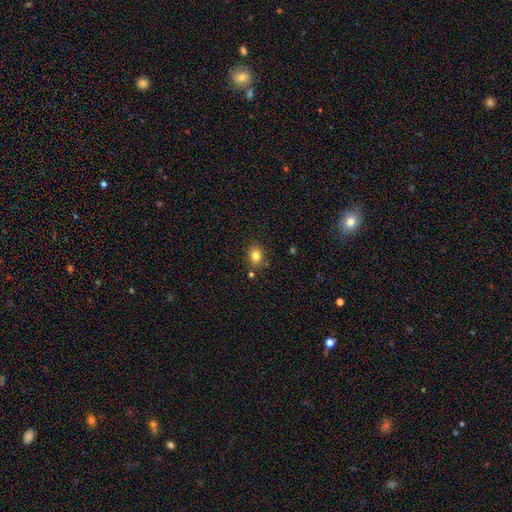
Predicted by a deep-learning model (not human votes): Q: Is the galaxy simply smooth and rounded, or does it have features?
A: smooth — 81%.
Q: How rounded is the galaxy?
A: round — 51%.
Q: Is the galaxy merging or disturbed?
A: none — 79%.